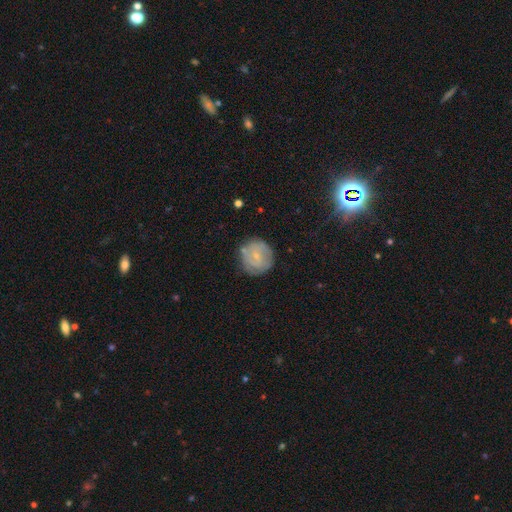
Smooth or featured?
  - smooth: 58% *
  - featured or disk: 34%
  - star or artifact: 8%
How rounded?
  - round: 95% *
  - in between: 5%
  - cigar-shaped: 0%
Merging?
  - none: 69% *
  - minor disturbance: 31%
  - major disturbance: 0%
  - merger: 0%